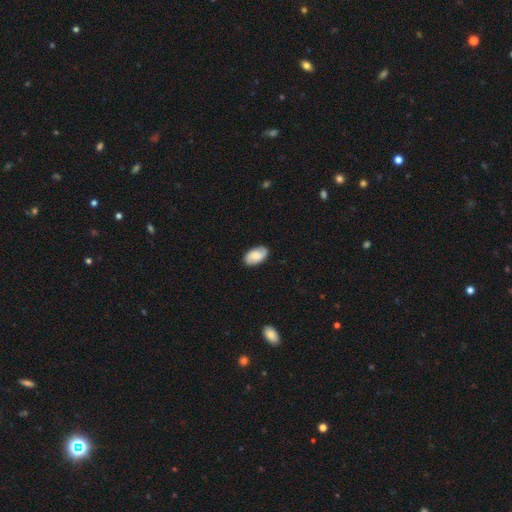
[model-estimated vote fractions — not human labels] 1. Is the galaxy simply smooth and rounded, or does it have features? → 65% smooth, 28% featured or disk, 7% star or artifact.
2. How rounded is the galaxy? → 94% in between, 5% round, 2% cigar-shaped.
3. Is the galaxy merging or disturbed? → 85% none, 12% minor disturbance, 2% major disturbance, 1% merger.